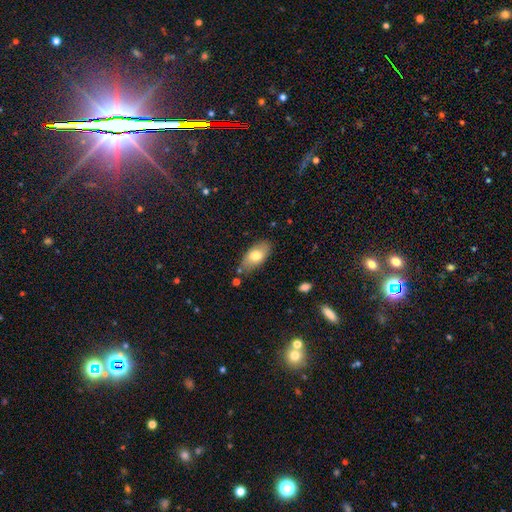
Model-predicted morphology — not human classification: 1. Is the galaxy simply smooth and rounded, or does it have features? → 74% smooth, 19% featured or disk, 7% star or artifact.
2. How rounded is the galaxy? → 92% in between, 5% cigar-shaped, 3% round.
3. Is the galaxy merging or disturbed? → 78% none, 15% minor disturbance, 4% merger, 3% major disturbance.